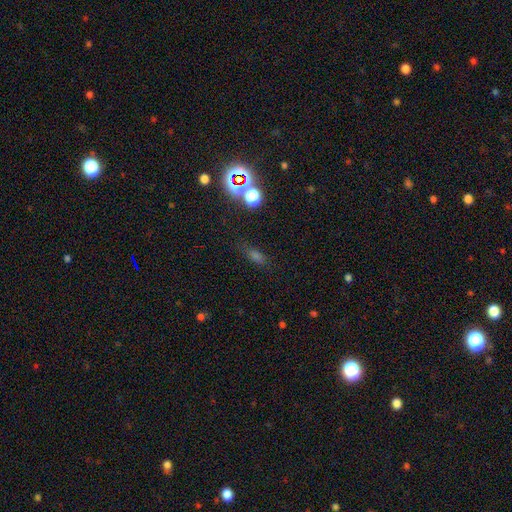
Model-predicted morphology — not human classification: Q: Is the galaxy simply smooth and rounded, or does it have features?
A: smooth — 51%.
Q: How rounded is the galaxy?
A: in between — 53%.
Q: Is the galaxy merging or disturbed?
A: none — 74%.